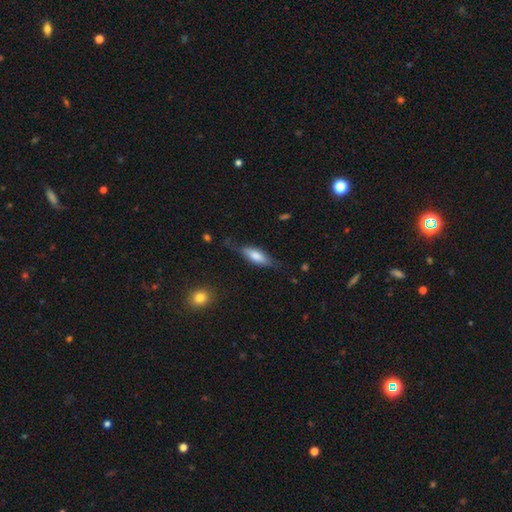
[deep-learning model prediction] Smooth or featured? Predicted: smooth (p=0.67). How rounded? Predicted: in between (p=0.62). Merging? Predicted: none (p=0.65).